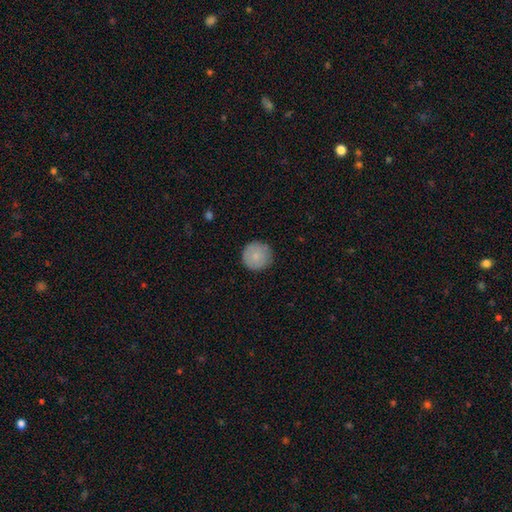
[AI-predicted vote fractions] A smooth galaxy with no disk features (84%) that is round (96%). Merging: none (89%).